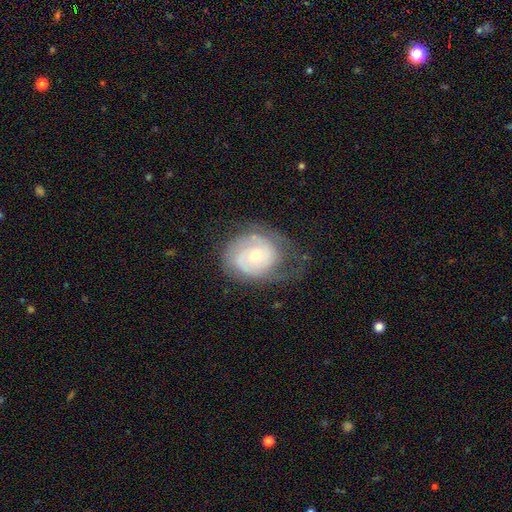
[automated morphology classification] Overall: featured or disk (73%). Edge-on disk: no (97%). Bar: no (71%). Spiral arms: yes (84%). Spiral arm count: 2 (41%; can't tell 34%). Spiral winding: tight (60%; medium 29%). Bulge size: moderate (52%; small 43%). Merging: none (54%; minor disturbance 26%).